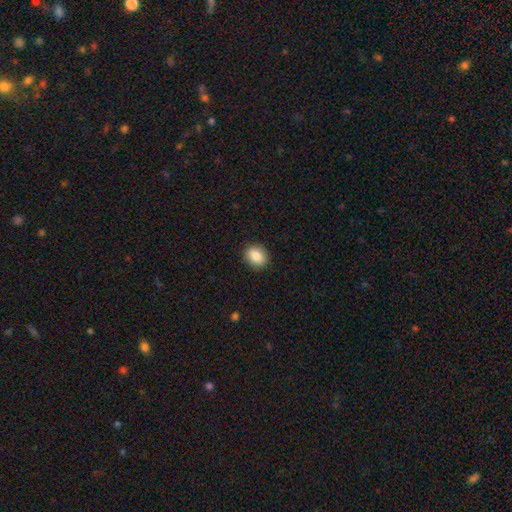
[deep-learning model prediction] Smooth or featured? smooth (86%)
How rounded? in between (51%)
Merging? none (90%)